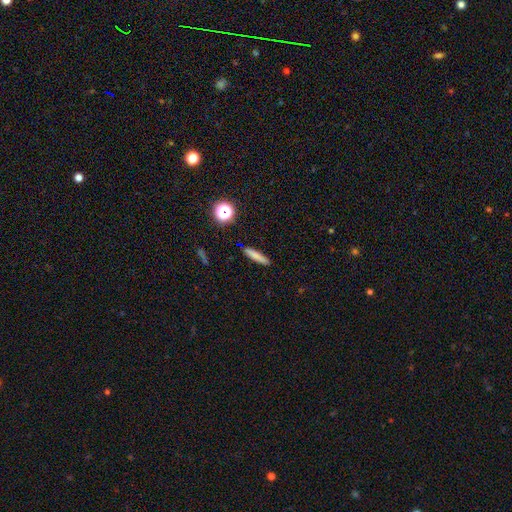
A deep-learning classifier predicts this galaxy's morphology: This is likely a smooth galaxy (77%). How rounded: clearly cigar-shaped (87%). Merging: clearly none (89%).